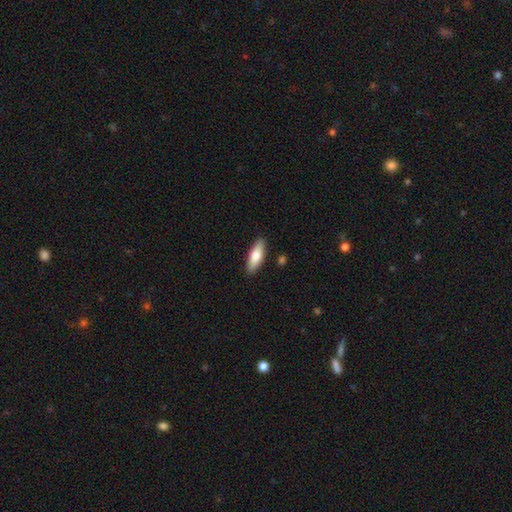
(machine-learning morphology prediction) Smooth or featured: smooth — 73% (featured or disk — 21%)
How rounded: in between — 62% (cigar-shaped — 36%)
Merging: none — 88% (minor disturbance — 8%)